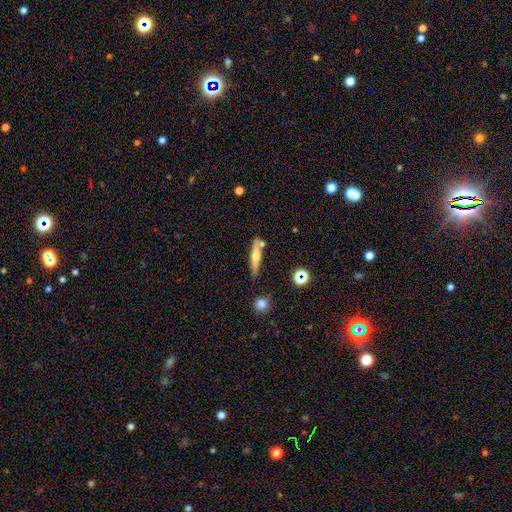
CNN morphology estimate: Overall: featured or disk (48%; smooth 44%). Merging: none (72%).